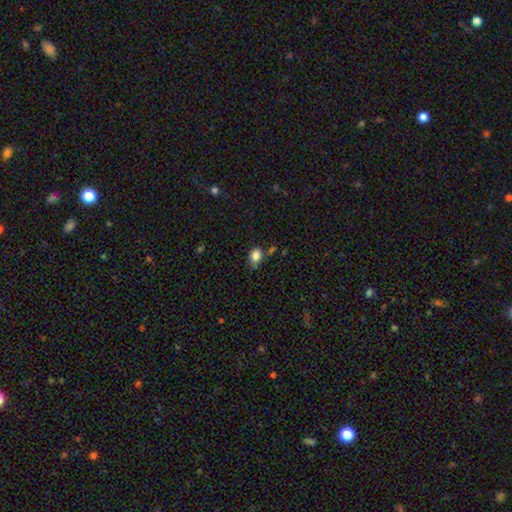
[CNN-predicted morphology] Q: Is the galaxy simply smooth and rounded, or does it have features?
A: smooth — 84%.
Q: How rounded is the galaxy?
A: in between — 54%.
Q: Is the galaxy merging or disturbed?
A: none — 57%.